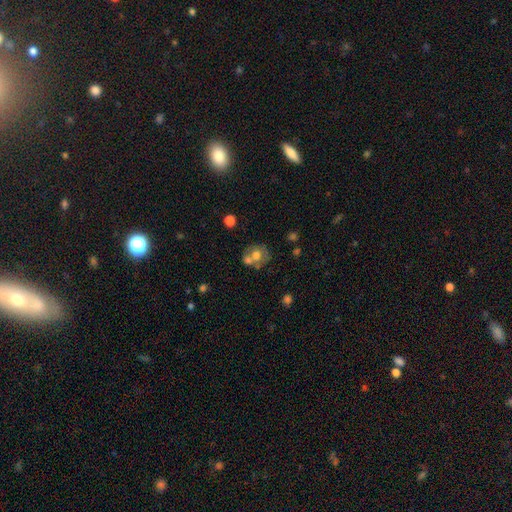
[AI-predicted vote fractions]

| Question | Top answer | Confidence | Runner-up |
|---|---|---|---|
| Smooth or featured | smooth | 56% | featured or disk (35%) |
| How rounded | round | 72% | in between (27%) |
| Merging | none | 42% | merger (38%) |